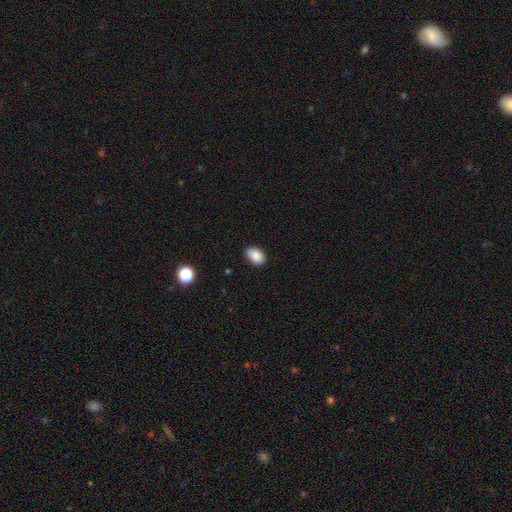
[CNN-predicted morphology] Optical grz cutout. It shows a smooth galaxy with no disk features (87%) that is in between round and cigar-shaped (87%). Merging: none (83%).